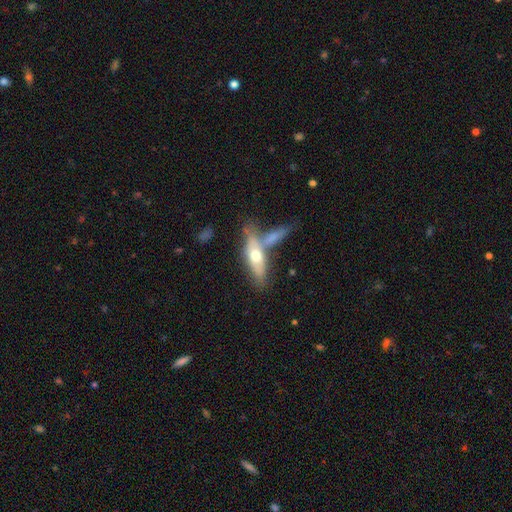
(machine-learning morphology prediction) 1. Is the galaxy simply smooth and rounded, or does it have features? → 52% smooth, 42% featured or disk, 6% star or artifact.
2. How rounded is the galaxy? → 50% in between, 47% cigar-shaped, 3% round.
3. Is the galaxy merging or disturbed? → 46% none, 33% merger, 14% minor disturbance, 6% major disturbance.